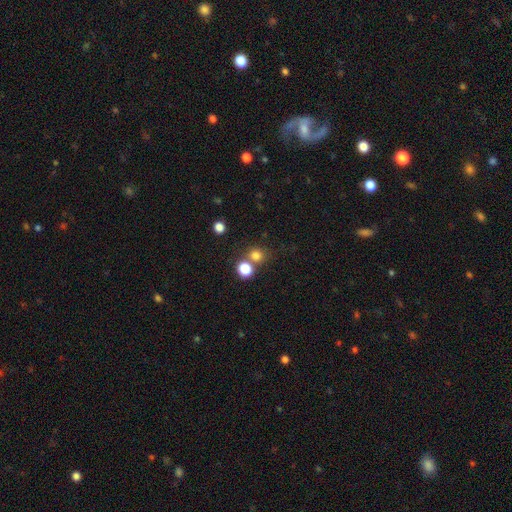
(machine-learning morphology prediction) The model was most divided on "merging": none: 64%, merger: 26%, minor disturbance: 7%, major disturbance: 3%. More confident: how rounded — round (86%); smooth or featured — smooth (78%).